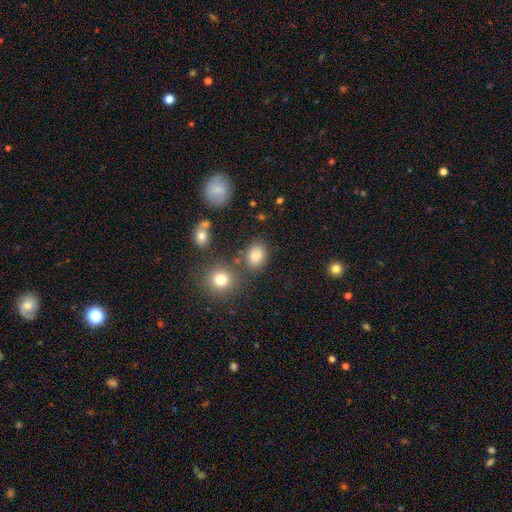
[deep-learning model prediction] smooth_or_featured: smooth (p=0.82) [alt: star or artifact p=0.12]
how_rounded: in between (p=0.65) [alt: round p=0.34]
merging: none (p=0.73) [alt: minor disturbance p=0.14]